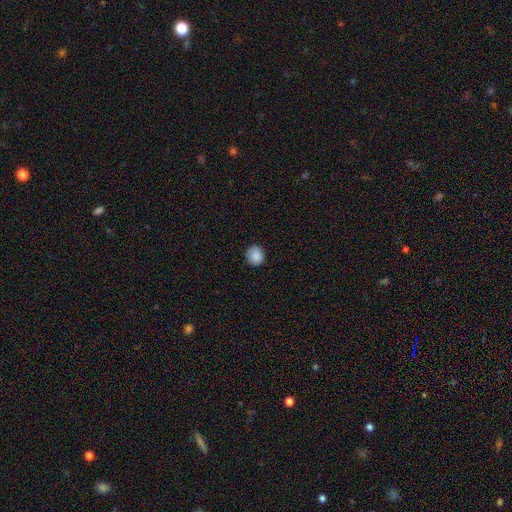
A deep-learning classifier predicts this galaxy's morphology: This is clearly a smooth galaxy (88%). How rounded: clearly round (90%). Merging: clearly none (88%).